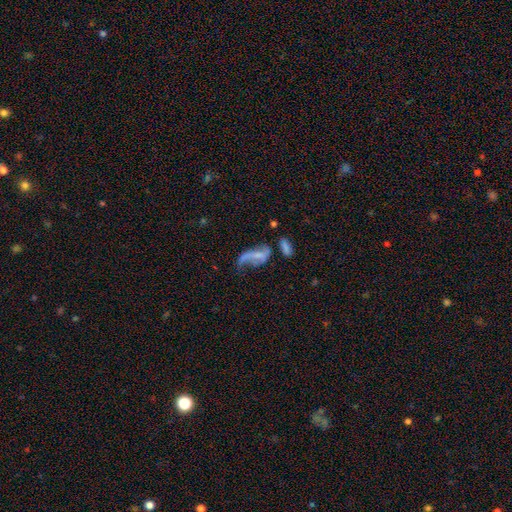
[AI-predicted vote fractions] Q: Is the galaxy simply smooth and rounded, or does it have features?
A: featured or disk — 61%.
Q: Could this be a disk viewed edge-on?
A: no — 93%.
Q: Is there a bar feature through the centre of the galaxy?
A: no — 49%.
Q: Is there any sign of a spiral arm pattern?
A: yes — 69%.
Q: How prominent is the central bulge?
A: none — 51%.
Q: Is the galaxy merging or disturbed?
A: major disturbance — 39%.